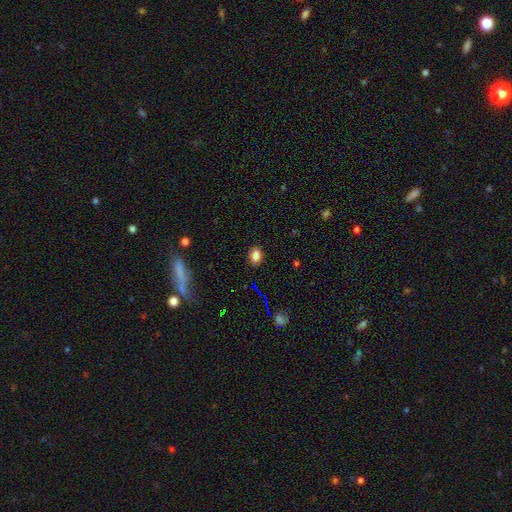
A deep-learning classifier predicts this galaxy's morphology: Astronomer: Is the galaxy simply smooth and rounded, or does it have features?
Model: smooth — 82%.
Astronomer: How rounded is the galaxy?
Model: in between — 76%.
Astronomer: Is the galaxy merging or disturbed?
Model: none — 88%.